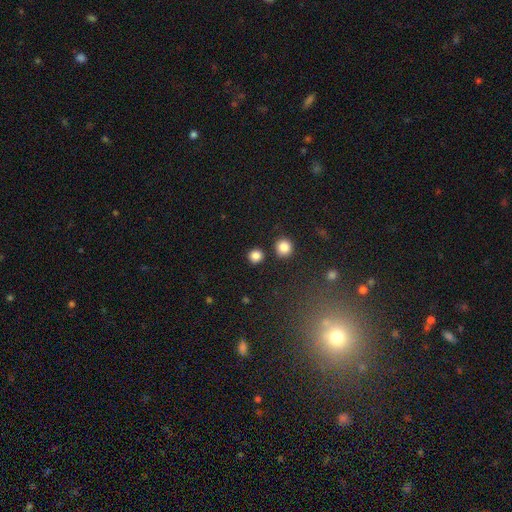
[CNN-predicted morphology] Smooth or featured: smooth — 84% (star or artifact — 12%)
How rounded: round — 91% (in between — 8%)
Merging: none — 85% (merger — 7%)